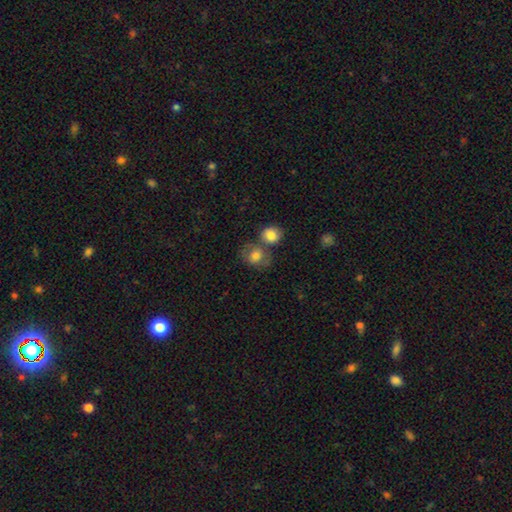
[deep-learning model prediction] Smooth or featured? smooth (73%)
How rounded? round (66%)
Merging? none (45%)